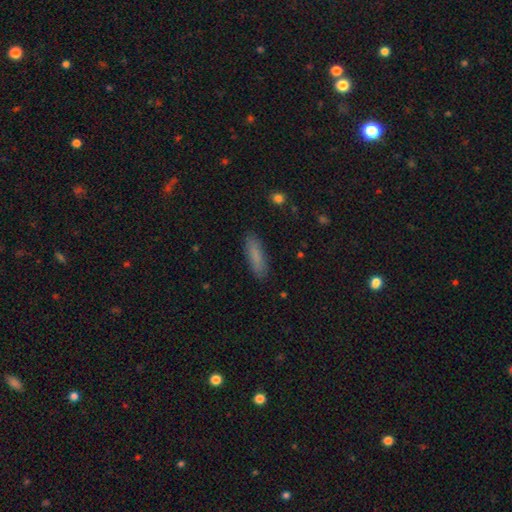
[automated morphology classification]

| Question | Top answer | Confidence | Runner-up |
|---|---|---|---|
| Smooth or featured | smooth | 83% | featured or disk (9%) |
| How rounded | cigar-shaped | 64% | in between (34%) |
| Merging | none | 87% | minor disturbance (9%) |